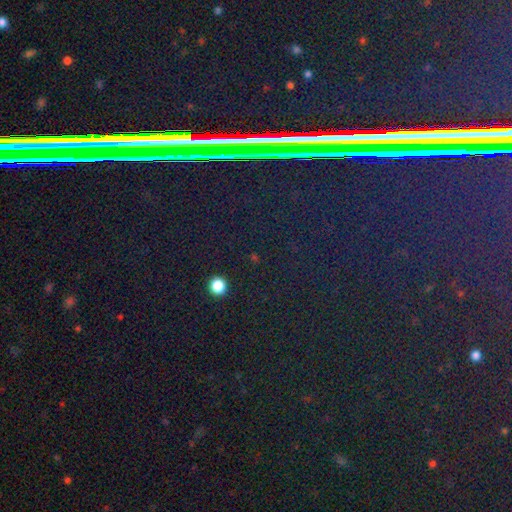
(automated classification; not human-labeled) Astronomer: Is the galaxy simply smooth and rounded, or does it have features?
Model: star or artifact — 83%.